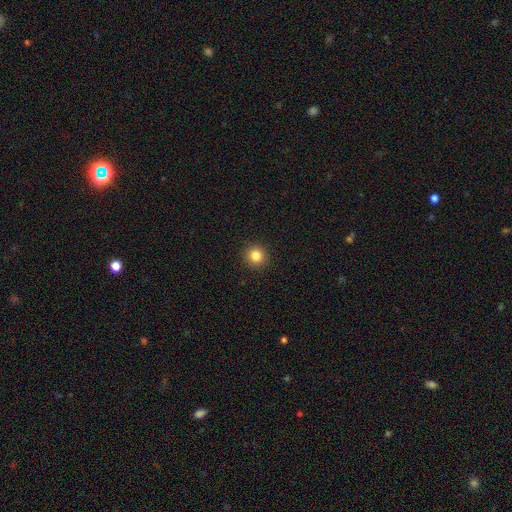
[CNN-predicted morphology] This appears to be a smooth galaxy with no disk features (84%) that is round (95%). Merging: none (93%).